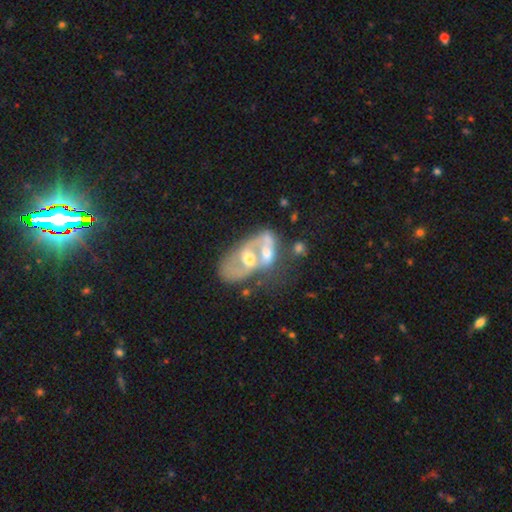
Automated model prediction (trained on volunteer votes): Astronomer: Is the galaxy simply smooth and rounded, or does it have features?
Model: featured or disk — 68%.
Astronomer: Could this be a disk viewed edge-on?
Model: no — 94%.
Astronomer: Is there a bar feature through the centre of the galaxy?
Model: no — 68%.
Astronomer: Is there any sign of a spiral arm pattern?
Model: no — 55% (runner-up: yes, 45%).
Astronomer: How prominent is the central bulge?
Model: moderate — 69%.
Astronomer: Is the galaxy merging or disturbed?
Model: merger — 65%.